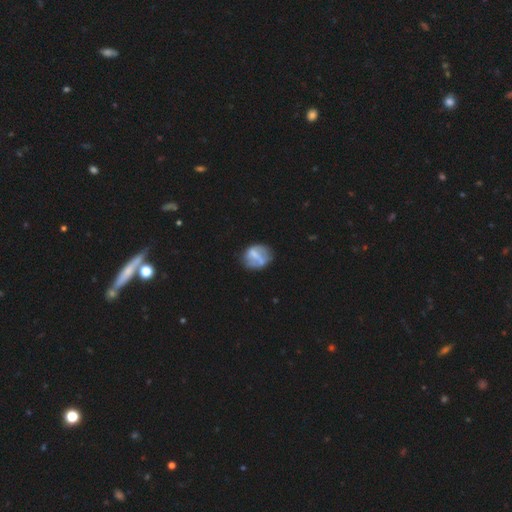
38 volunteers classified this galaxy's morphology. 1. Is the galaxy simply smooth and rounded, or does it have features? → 50% smooth, 45% featured or disk, 5% star or artifact.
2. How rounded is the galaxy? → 63% round, 37% in between, 0% cigar-shaped.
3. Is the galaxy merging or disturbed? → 78% none, 14% minor disturbance, 6% major disturbance, 3% merger.